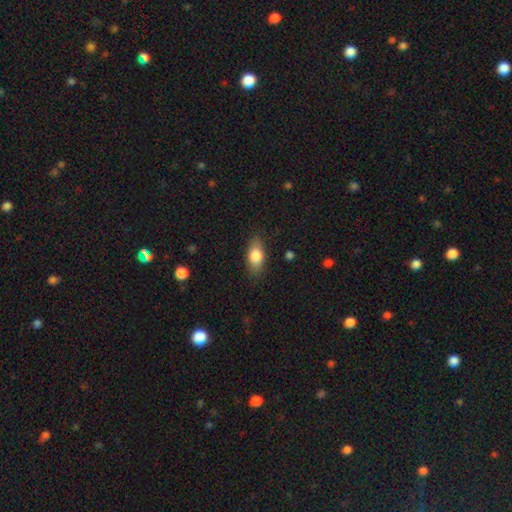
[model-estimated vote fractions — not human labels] smooth_or_featured: smooth (p=0.82) [alt: featured or disk p=0.11]
how_rounded: in between (p=0.86) [alt: cigar-shaped p=0.09]
merging: none (p=0.83) [alt: minor disturbance p=0.13]